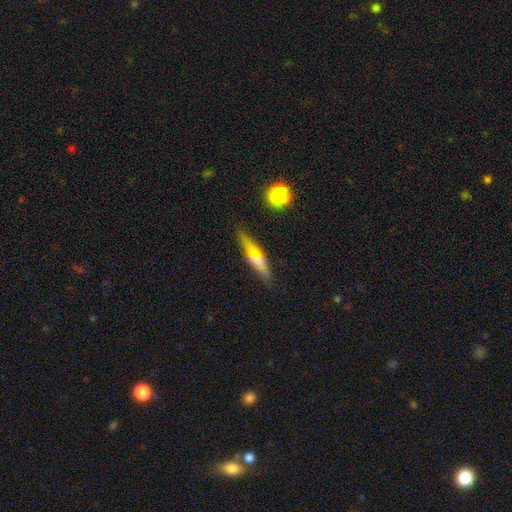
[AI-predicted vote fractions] Morphology: type=featured or disk (54%); edge-on=yes (87%); merging=none (77%).